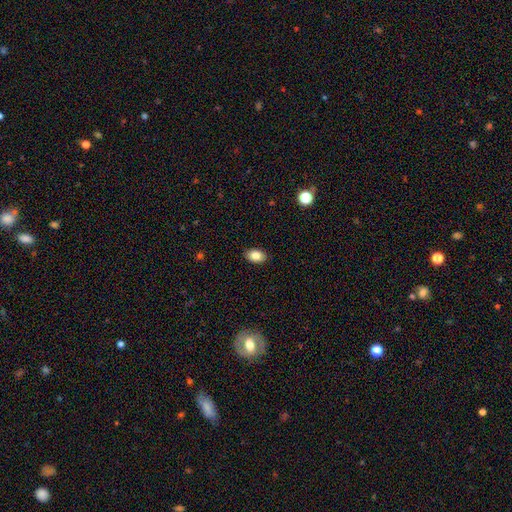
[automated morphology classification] Smooth or featured? Predicted: smooth (p=0.84). How rounded? Predicted: in between (p=0.87). Merging? Predicted: none (p=0.89).